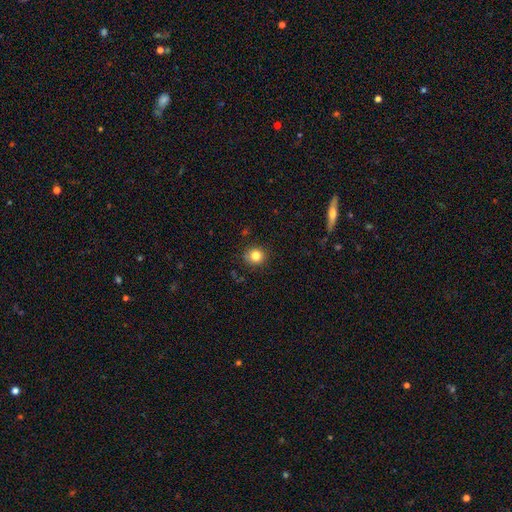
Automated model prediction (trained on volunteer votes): smooth_or_featured: smooth (p=0.83) [alt: star or artifact p=0.11]
how_rounded: round (p=0.89) [alt: in between p=0.10]
merging: none (p=0.87) [alt: minor disturbance p=0.10]